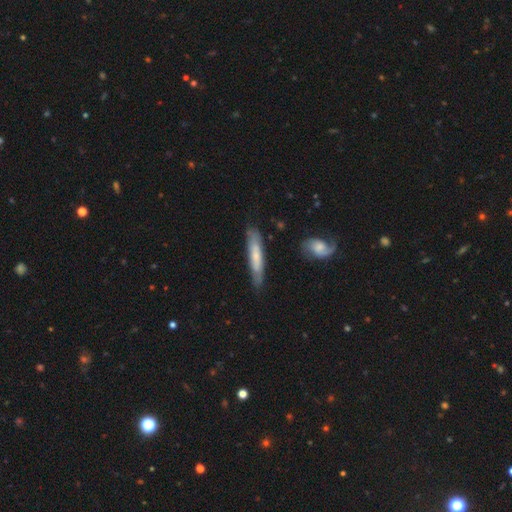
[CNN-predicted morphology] This appears to be a smooth galaxy with no disk features (53%) that is cigar-shaped (87%). Merging: none (75%).